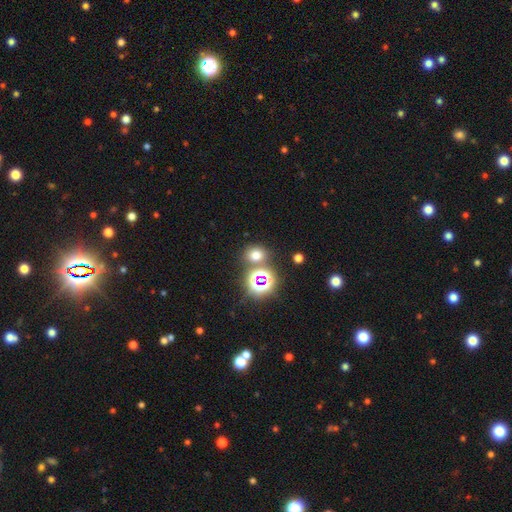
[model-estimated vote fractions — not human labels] smooth_or_featured: smooth (p=0.63) [alt: star or artifact p=0.29]
how_rounded: round (p=0.67) [alt: in between p=0.32]
merging: none (p=0.74) [alt: merger p=0.14]